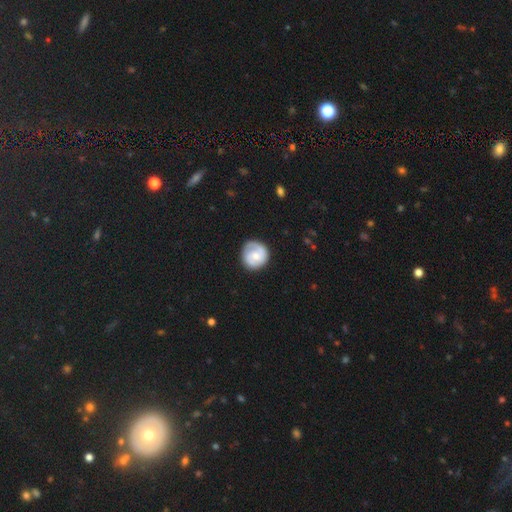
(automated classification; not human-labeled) A featured or disk galaxy (55%) with no bar (67%), spiral arms (82%) and a moderate central bulge (51%).

Vote fractions:
- Smooth or featured? featured or disk: 55% / smooth: 39% / star or artifact: 6%
- Edge-on disk? no: 98% / yes: 2%
- Bar? no: 67% / weak: 28% / strong: 5%
- Spiral arms? yes: 82% / no: 18%
- Bulge size? moderate: 51% / small: 40% / large: 4% / none: 4% / dominant: 1%
- Merging? none: 77% / minor disturbance: 16% / major disturbance: 5% / merger: 1%